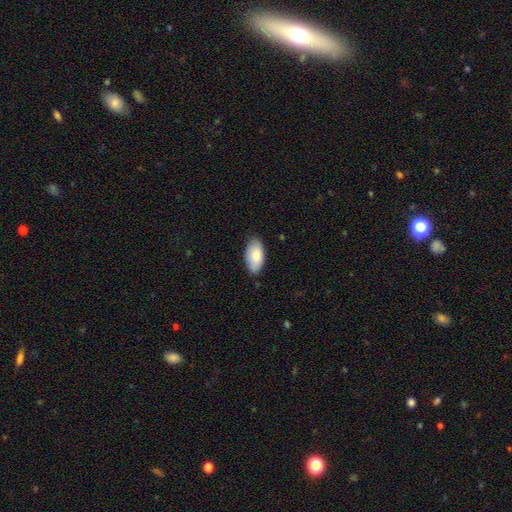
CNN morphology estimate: Q: Smooth or featured?
A: smooth (83%); runner-up: featured or disk (11%)
Q: How rounded?
A: in between (95%); runner-up: cigar-shaped (3%)
Q: Merging?
A: none (81%); runner-up: minor disturbance (16%)